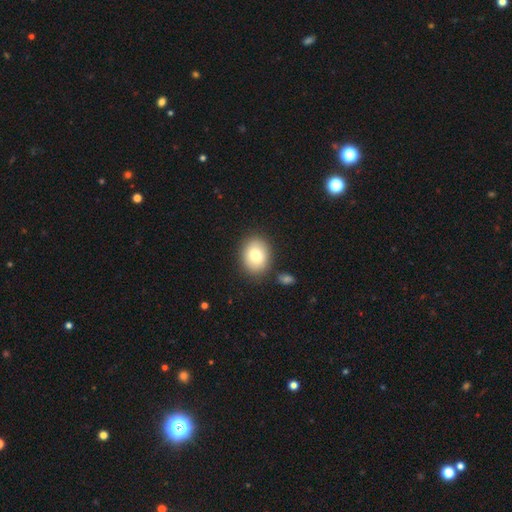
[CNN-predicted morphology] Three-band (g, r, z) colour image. It shows a smooth galaxy with no disk features (77%) that is in between round and cigar-shaped (53%). Merging: none (82%).